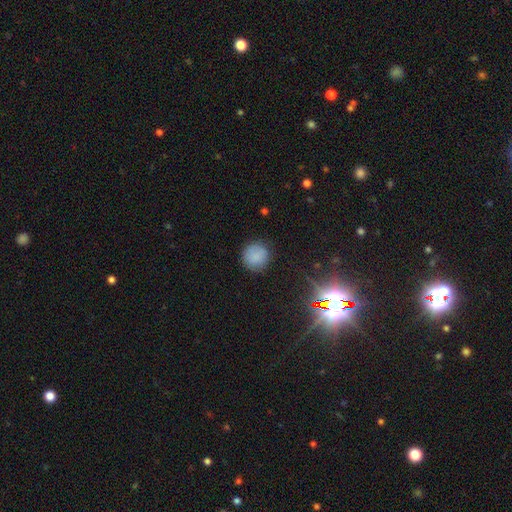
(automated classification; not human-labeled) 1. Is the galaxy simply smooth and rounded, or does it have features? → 83% smooth, 11% star or artifact, 5% featured or disk.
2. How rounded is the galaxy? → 93% round, 6% in between, 1% cigar-shaped.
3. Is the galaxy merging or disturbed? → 86% none, 10% minor disturbance, 3% major disturbance, 1% merger.